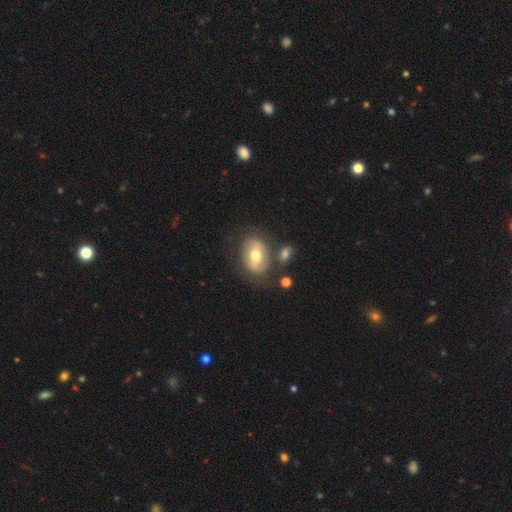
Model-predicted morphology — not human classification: A smooth galaxy with no disk features (53%) that is in between round and cigar-shaped (80%).

Vote fractions:
- Smooth or featured? smooth: 53% / featured or disk: 39% / star or artifact: 7%
- How rounded? in between: 80% / round: 18% / cigar-shaped: 2%
- Merging? none: 71% / minor disturbance: 15% / merger: 9% / major disturbance: 5%